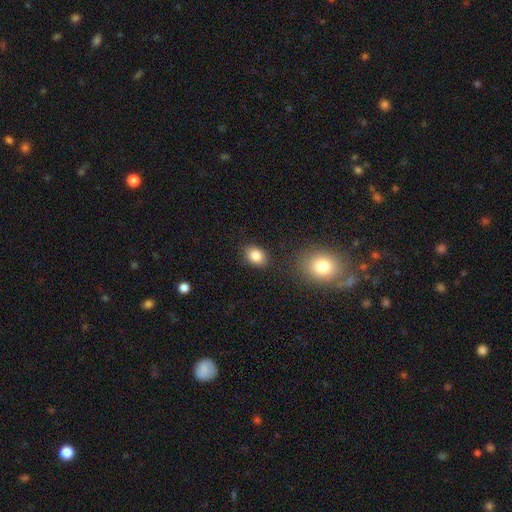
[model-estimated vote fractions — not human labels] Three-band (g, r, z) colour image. It shows a smooth galaxy with no disk features (84%) that is in between round and cigar-shaped (72%). Merging: none (84%).